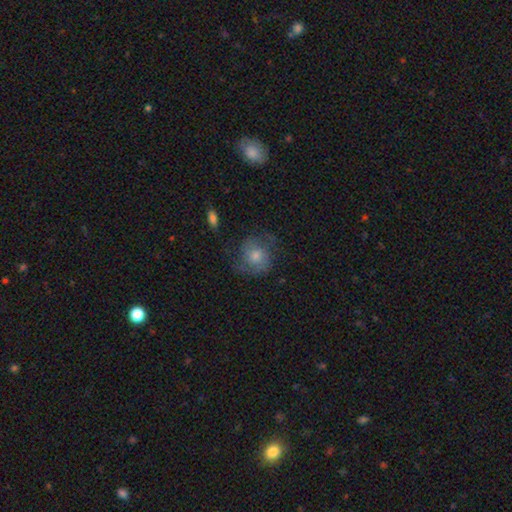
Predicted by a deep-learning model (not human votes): Morphology: type=featured or disk (60%); edge-on=no (97%); bar=no (74%); spiral arms=yes (90%); winding=medium (47%); arm count=2 (79%); bulge=moderate (53%); merging=none (70%).